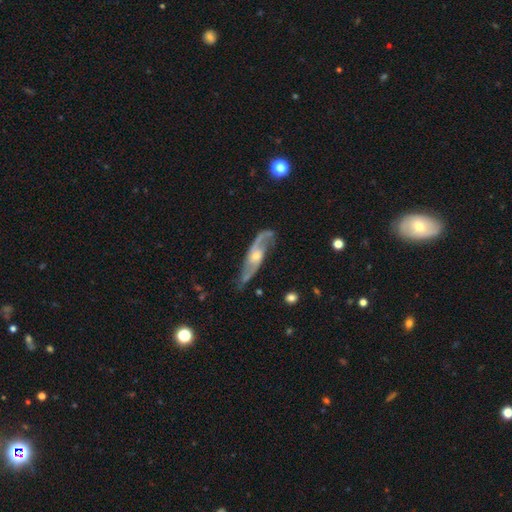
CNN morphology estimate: Q: Smooth or featured?
A: featured or disk (86%); runner-up: smooth (8%)
Q: Edge-on disk?
A: no (83%); runner-up: yes (17%)
Q: Bar?
A: no (58%); runner-up: weak (33%)
Q: Spiral arms?
A: yes (95%); runner-up: no (5%)
Q: Spiral winding?
A: loose (45%); runner-up: medium (41%)
Q: Spiral arm count?
A: 2 (87%); runner-up: can't tell (6%)
Q: Bulge size?
A: moderate (50%); runner-up: small (44%)
Q: Merging?
A: none (68%); runner-up: minor disturbance (20%)